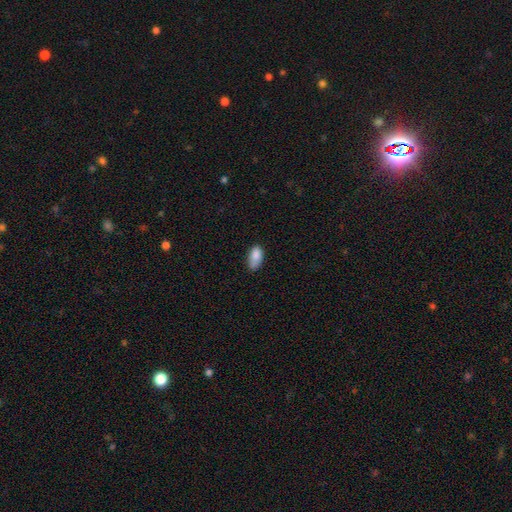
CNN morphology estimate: This is clearly a smooth galaxy (84%). How rounded: clearly in between (92%). Merging: possibly none (56%).